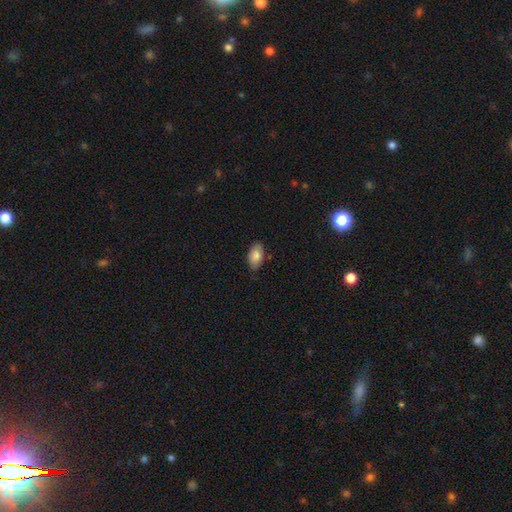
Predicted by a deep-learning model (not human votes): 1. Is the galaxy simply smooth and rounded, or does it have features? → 83% smooth, 10% featured or disk, 7% star or artifact.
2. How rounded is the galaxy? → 94% in between, 4% round, 2% cigar-shaped.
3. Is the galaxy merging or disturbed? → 81% none, 15% minor disturbance, 3% major disturbance, 1% merger.